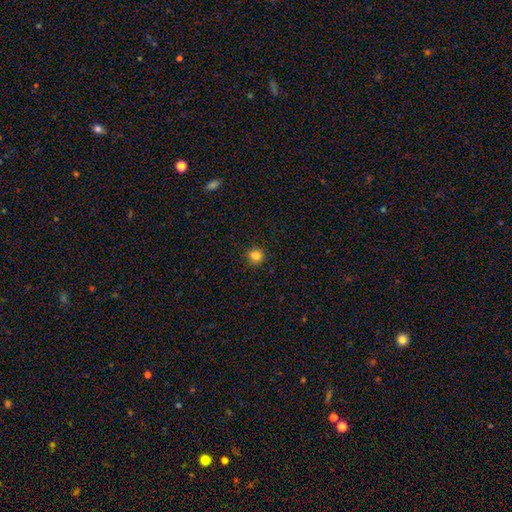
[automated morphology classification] type=smooth (82%); roundness=round (82%); merging=none (84%).